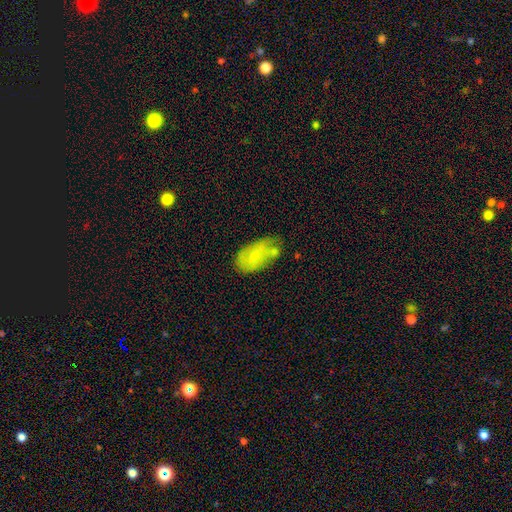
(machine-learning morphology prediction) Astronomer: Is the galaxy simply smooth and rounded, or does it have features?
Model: smooth — 61%.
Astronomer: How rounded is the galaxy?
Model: in between — 92%.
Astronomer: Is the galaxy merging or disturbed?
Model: none — 44% (runner-up: minor disturbance, 32%).